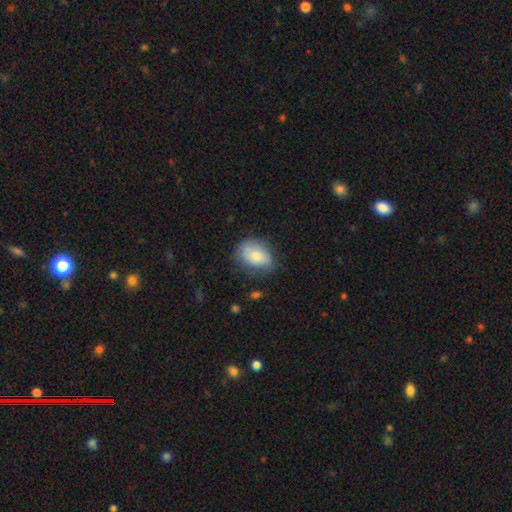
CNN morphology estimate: smooth-or-featured: smooth: 71% | featured or disk: 22% | star or artifact: 7%
  how-rounded: in between: 73% | round: 26% | cigar-shaped: 1%
  merging: none: 63% | minor disturbance: 27% | major disturbance: 9% | merger: 2%